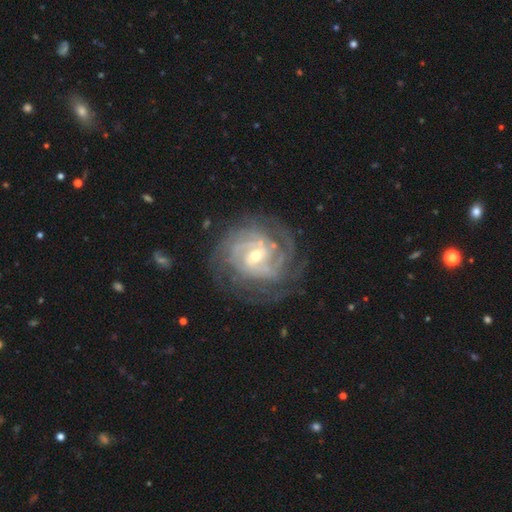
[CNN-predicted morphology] Smooth or featured?
  - featured or disk: 90% *
  - star or artifact: 5%
  - smooth: 5%
Edge-on disk?
  - no: 97% *
  - yes: 3%
Bar?
  - weak: 50% *
  - no: 30%
  - strong: 20%
Spiral arms?
  - yes: 97% *
  - no: 3%
Spiral winding?
  - tight: 70% *
  - medium: 25%
  - loose: 5%
Spiral arm count?
  - can't tell: 28% *
  - 2: 20%
  - 3: 20%
  - 4: 17%
  - more than 4: 8%
  - 1: 6%
Bulge size?
  - small: 51% *
  - moderate: 45%
  - large: 2%
  - none: 1%
  - dominant: 1%
Merging?
  - none: 76% *
  - minor disturbance: 15%
  - major disturbance: 8%
  - merger: 1%